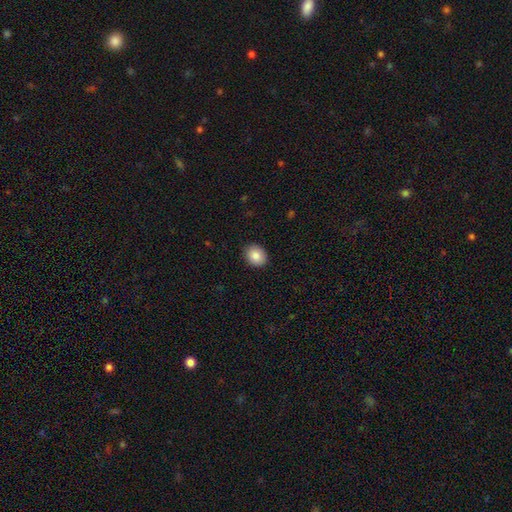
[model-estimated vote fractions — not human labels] This appears to be a smooth galaxy with no disk features (86%) that is round (63%). Merging: none (90%).